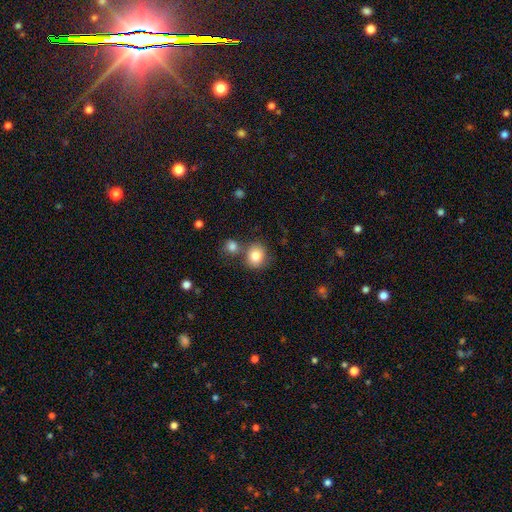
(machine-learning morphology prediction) Smooth or featured? smooth (83%)
How rounded? round (78%)
Merging? none (68%)